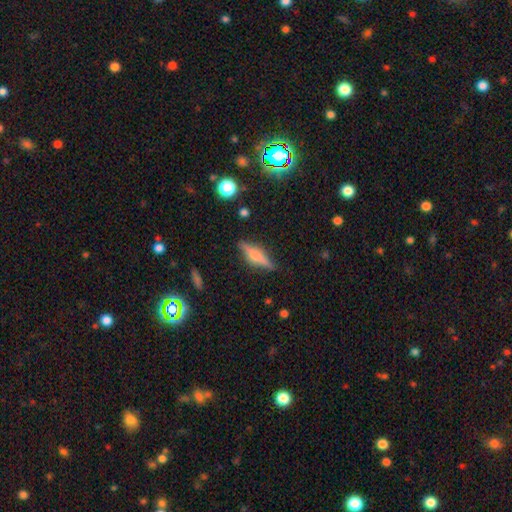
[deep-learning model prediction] Q: Smooth or featured?
A: featured or disk (55%); runner-up: smooth (37%)
Q: Edge-on disk?
A: yes (94%); runner-up: no (6%)
Q: Edge-on bulge?
A: rounded (75%); runner-up: boxy (17%)
Q: Merging?
A: none (84%); runner-up: minor disturbance (12%)